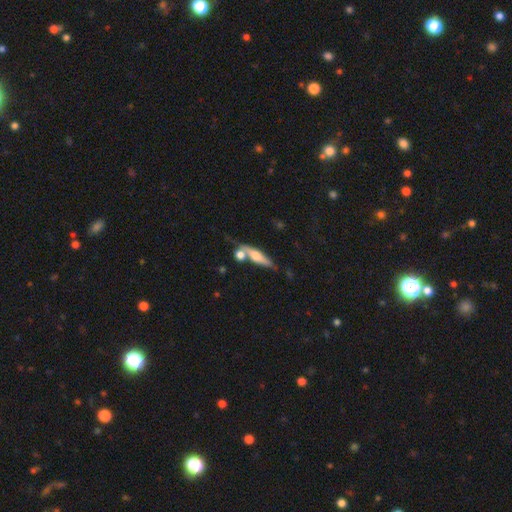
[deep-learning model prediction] A featured or disk galaxy (54%) viewed edge-on (90%). Merging: none (60%).